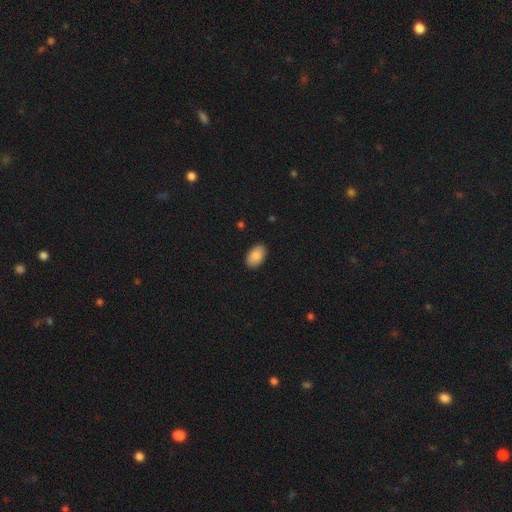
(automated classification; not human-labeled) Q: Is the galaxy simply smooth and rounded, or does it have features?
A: smooth — 89%.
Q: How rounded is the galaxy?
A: in between — 92%.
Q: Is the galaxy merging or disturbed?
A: none — 88%.